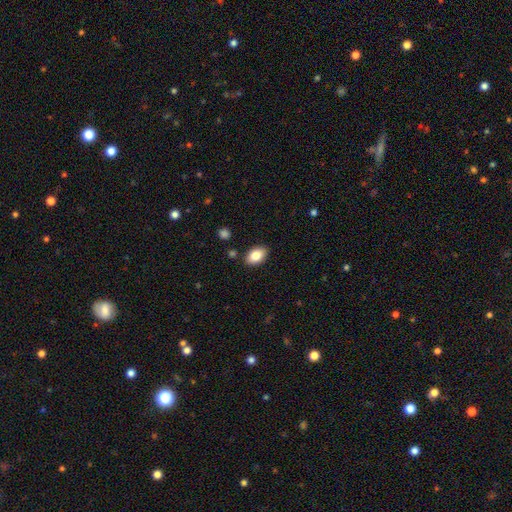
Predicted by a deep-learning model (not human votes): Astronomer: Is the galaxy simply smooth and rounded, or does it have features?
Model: smooth — 83%.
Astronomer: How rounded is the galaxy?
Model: in between — 89%.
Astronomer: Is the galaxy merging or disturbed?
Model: none — 87%.